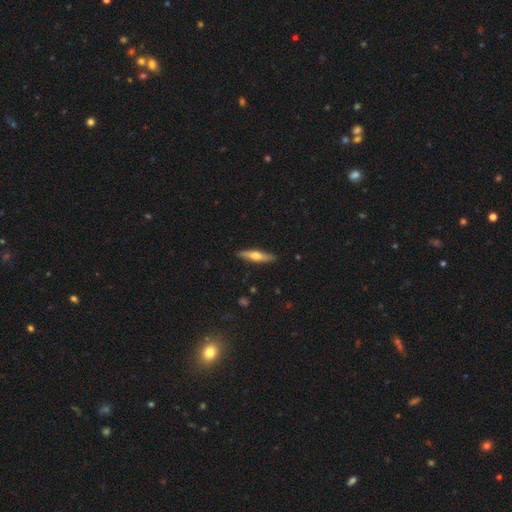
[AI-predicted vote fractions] Smooth or featured?
  - featured or disk: 51% *
  - smooth: 44%
  - star or artifact: 5%
Edge-on disk?
  - yes: 93% *
  - no: 7%
Merging?
  - none: 90% *
  - minor disturbance: 8%
  - major disturbance: 2%
  - merger: 1%